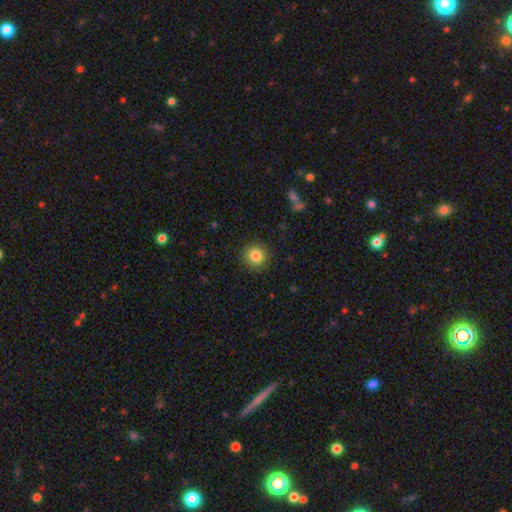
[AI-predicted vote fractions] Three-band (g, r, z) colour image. It shows a smooth galaxy with no disk features (84%) that is round (93%). Merging: none (89%).